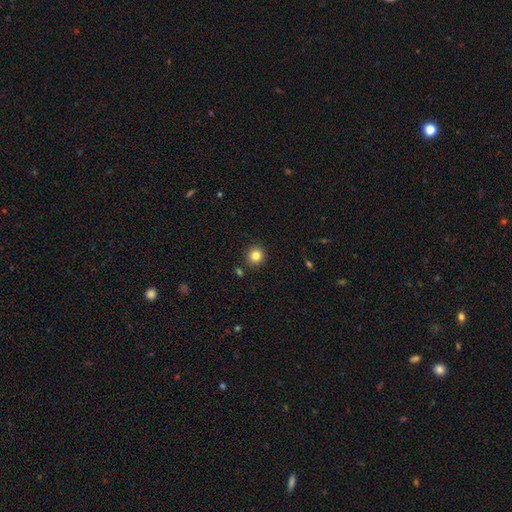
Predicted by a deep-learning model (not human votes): Smooth or featured: smooth — 83% (star or artifact — 12%)
How rounded: round — 91% (in between — 8%)
Merging: none — 90% (minor disturbance — 6%)